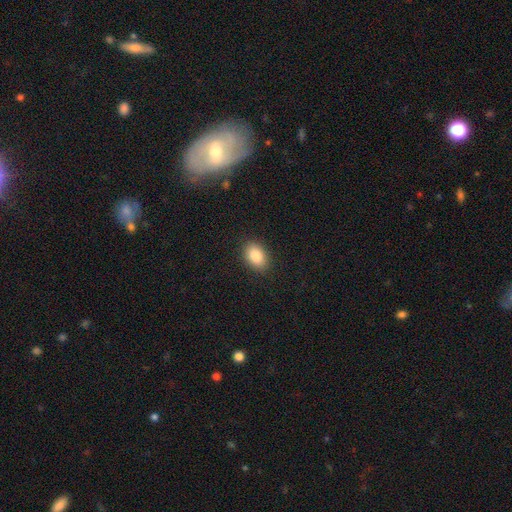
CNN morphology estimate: The model was most divided on "how rounded": in between: 80%, round: 18%, cigar-shaped: 1%. More confident: merging — none (89%); smooth or featured — smooth (85%).